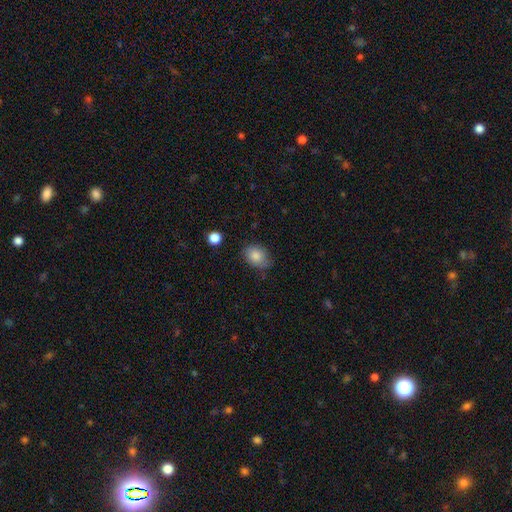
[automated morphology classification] A smooth galaxy with no disk features (85%) that is in between round and cigar-shaped (69%). Merging: none (71%).